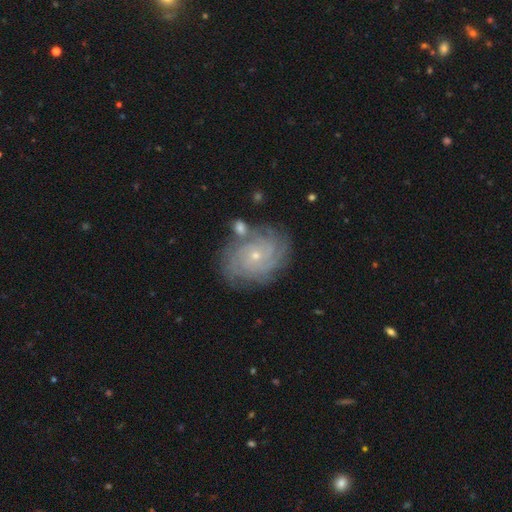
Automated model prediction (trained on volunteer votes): Morphology: type=featured or disk (83%); edge-on=no (97%); bar=no (80%); spiral arms=yes (96%); winding=tight (78%); arm count=can't tell (29%); bulge=small (79%); merging=none (76%).